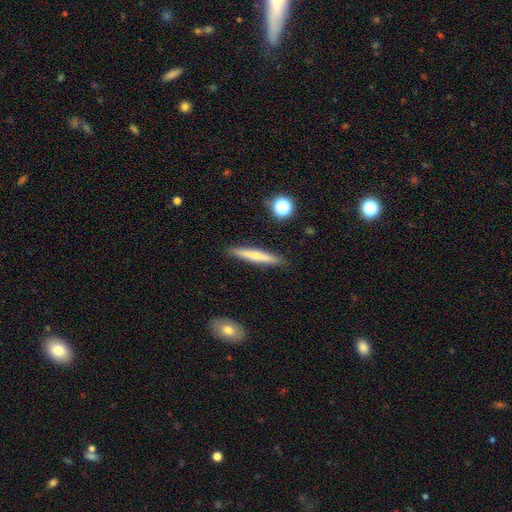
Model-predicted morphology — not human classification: This is likely a smooth galaxy (64%). How rounded: clearly cigar-shaped (95%). Merging: clearly none (91%).